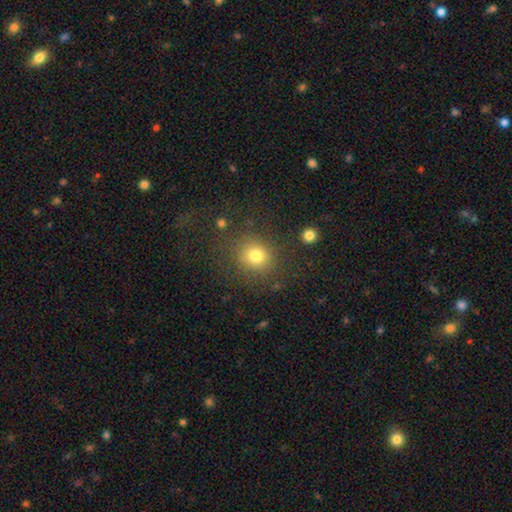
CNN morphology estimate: A smooth galaxy with no disk features (77%) that is round (84%).

Vote fractions:
- Smooth or featured? smooth: 77% / star or artifact: 15% / featured or disk: 8%
- How rounded? round: 84% / in between: 15% / cigar-shaped: 1%
- Merging? none: 82% / minor disturbance: 10% / major disturbance: 5% / merger: 3%